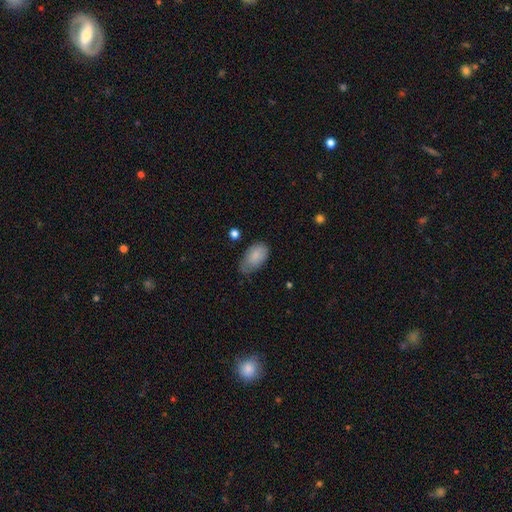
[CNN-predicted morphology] Q: Smooth or featured?
A: smooth (82%); runner-up: featured or disk (11%)
Q: How rounded?
A: in between (93%); runner-up: round (5%)
Q: Merging?
A: none (48%); runner-up: minor disturbance (40%)